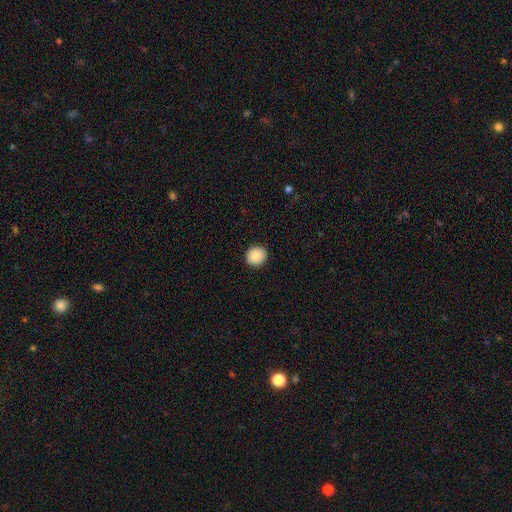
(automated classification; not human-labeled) Smooth or featured?
  - smooth: 90% *
  - star or artifact: 8%
  - featured or disk: 3%
How rounded?
  - round: 84% *
  - in between: 15%
  - cigar-shaped: 1%
Merging?
  - none: 92% *
  - minor disturbance: 5%
  - major disturbance: 2%
  - merger: 1%